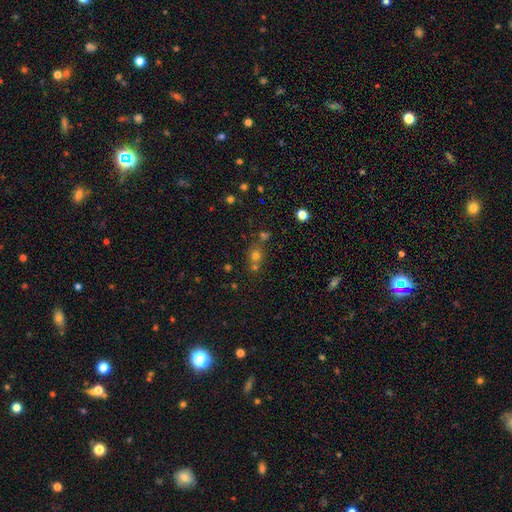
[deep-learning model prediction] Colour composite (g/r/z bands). It shows a smooth galaxy with no disk features (66%) that is round (78%). Merging: none (59%).